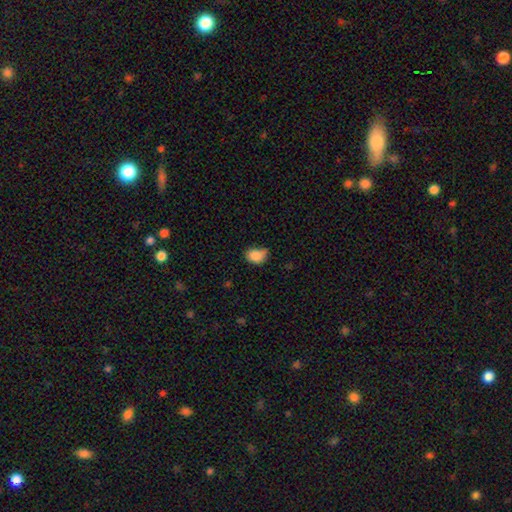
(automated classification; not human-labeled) Overall: smooth (85%). How rounded: in between (63%; round 36%). Merging: none (47%; minor disturbance 40%).